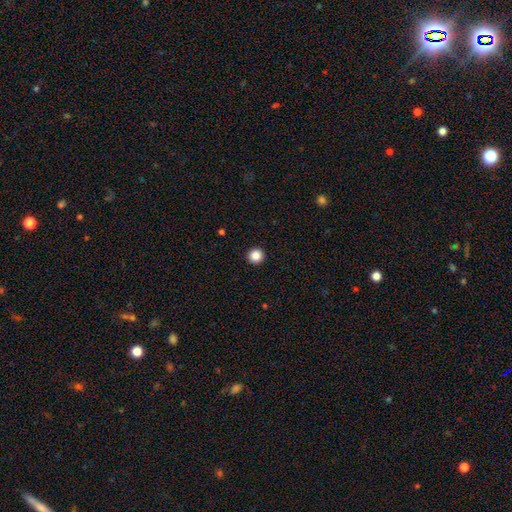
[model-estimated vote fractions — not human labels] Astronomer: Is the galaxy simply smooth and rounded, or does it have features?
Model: smooth — 87%.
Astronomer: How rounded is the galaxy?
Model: round — 96%.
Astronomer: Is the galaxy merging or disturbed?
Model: none — 94%.